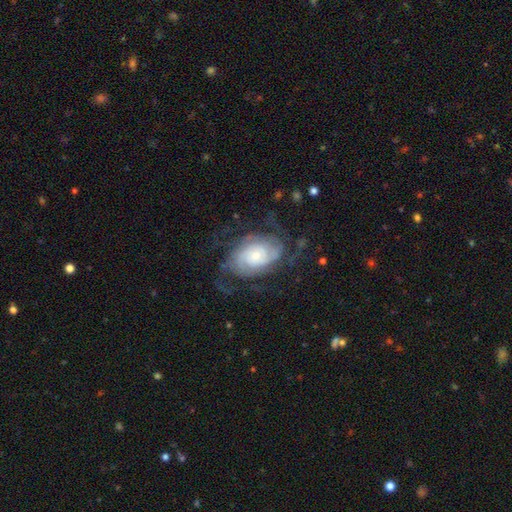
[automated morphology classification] Smooth or featured: featured or disk — 82% (smooth — 12%)
Edge-on disk: no — 97% (yes — 3%)
Bar: no — 73% (weak — 22%)
Spiral arms: yes — 93% (no — 7%)
Spiral winding: tight — 60% (medium — 28%)
Spiral arm count: can't tell — 36% (2 — 32%)
Bulge size: small — 57% (moderate — 32%)
Merging: none — 61% (major disturbance — 20%)